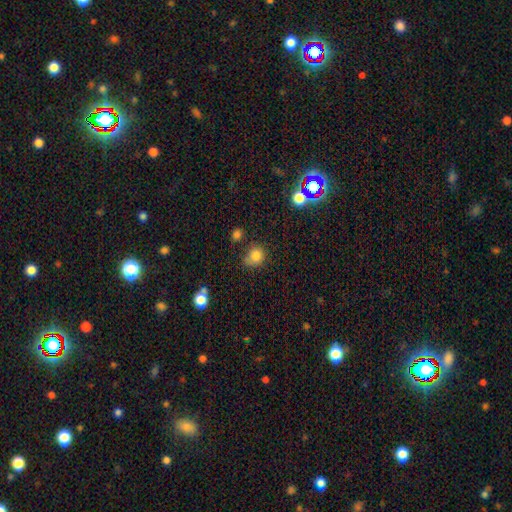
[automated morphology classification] smooth-or-featured: smooth: 81% | star or artifact: 12% | featured or disk: 7%
  how-rounded: round: 71% | in between: 28% | cigar-shaped: 1%
  merging: none: 55% | minor disturbance: 28% | major disturbance: 9% | merger: 7%